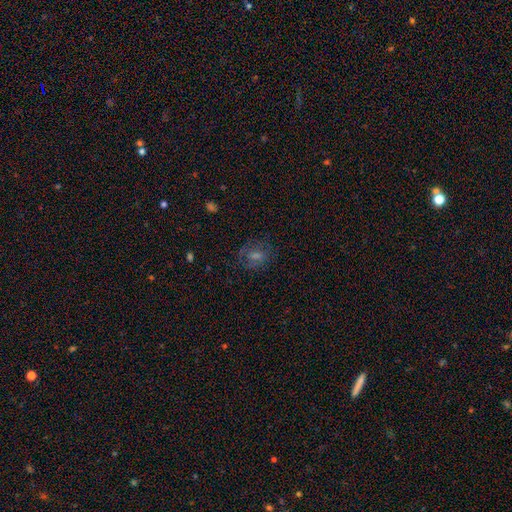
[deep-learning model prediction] Smooth or featured? smooth (45%)
Merging? none (70%)